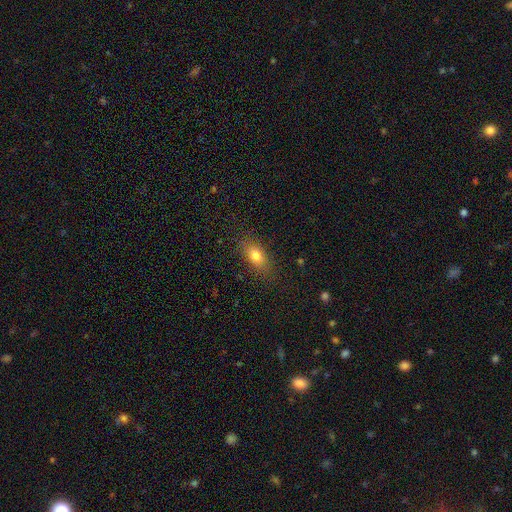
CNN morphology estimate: A smooth galaxy with no disk features (79%) that is in between round and cigar-shaped (83%).

Vote fractions:
- Smooth or featured? smooth: 79% / featured or disk: 11% / star or artifact: 10%
- How rounded? in between: 83% / round: 9% / cigar-shaped: 8%
- Merging? none: 82% / minor disturbance: 13% / major disturbance: 4% / merger: 1%